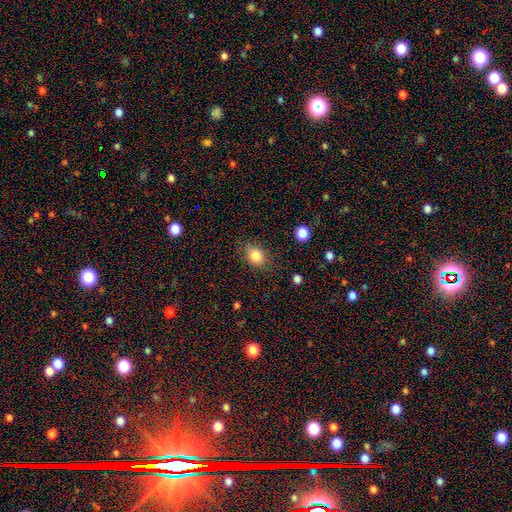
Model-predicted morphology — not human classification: smooth-or-featured: smooth: 82% | star or artifact: 11% | featured or disk: 7%
  how-rounded: in between: 54% | round: 45% | cigar-shaped: 1%
  merging: none: 80% | minor disturbance: 14% | major disturbance: 4% | merger: 1%